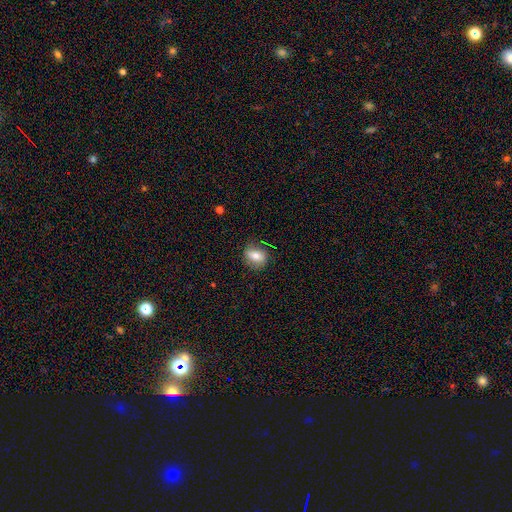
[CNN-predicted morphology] type=smooth (69%); roundness=in between (63%); merging=none (73%).